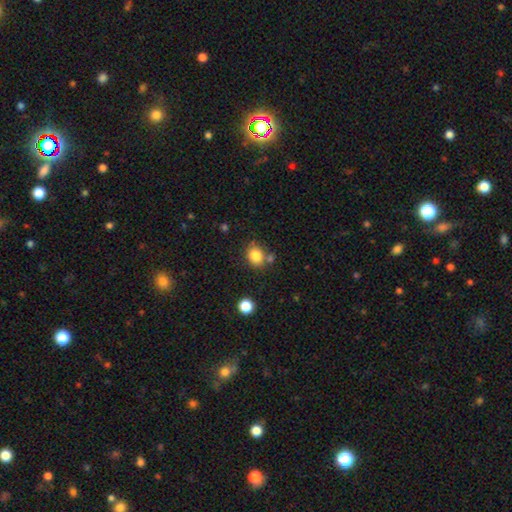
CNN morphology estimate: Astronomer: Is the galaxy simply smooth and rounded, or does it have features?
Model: smooth — 83%.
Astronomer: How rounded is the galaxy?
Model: round — 62% (runner-up: in between, 37%).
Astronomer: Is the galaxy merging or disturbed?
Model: none — 71%.